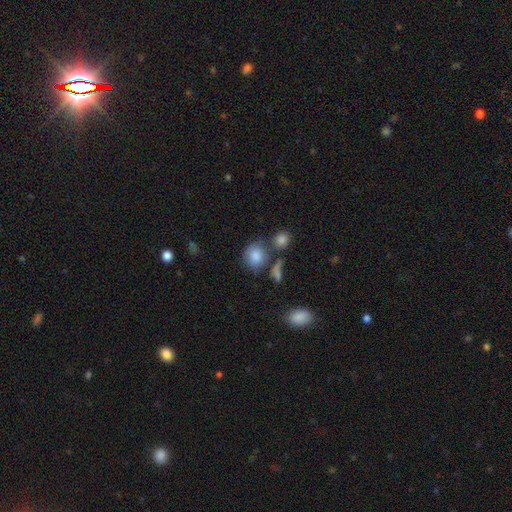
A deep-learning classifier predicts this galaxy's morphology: smooth_or_featured: smooth (p=0.82) [alt: star or artifact p=0.10]
how_rounded: round (p=0.67) [alt: in between p=0.31]
merging: none (p=0.61) [alt: merger p=0.18]